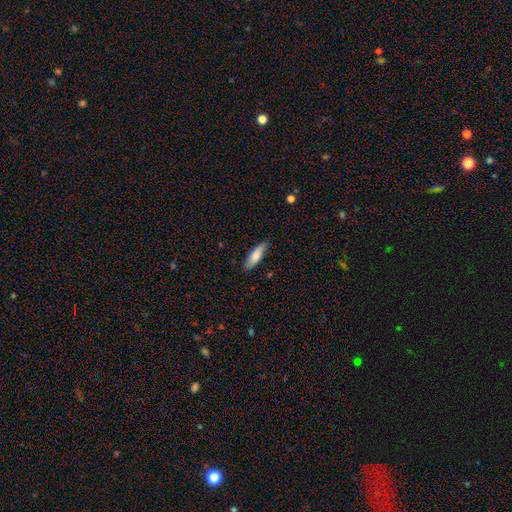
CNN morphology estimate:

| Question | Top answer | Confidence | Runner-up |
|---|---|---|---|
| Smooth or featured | smooth | 80% | featured or disk (15%) |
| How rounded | cigar-shaped | 51% | in between (47%) |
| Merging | none | 84% | minor disturbance (12%) |